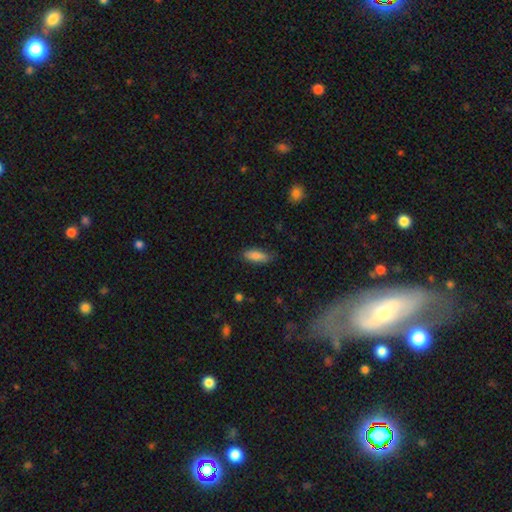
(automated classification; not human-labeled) Overall: smooth (85%). How rounded: in between (70%). Merging: none (79%).